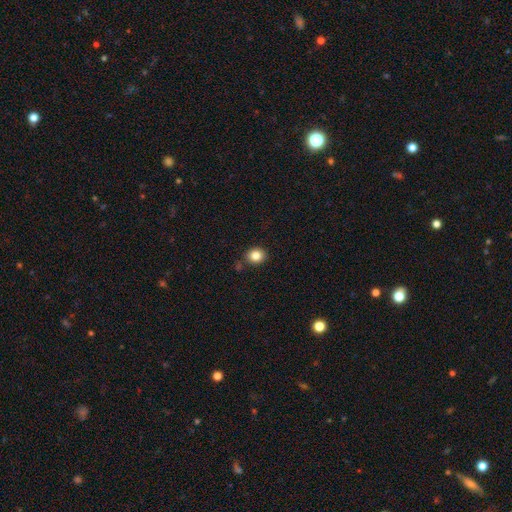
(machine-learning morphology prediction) Smooth or featured? Predicted: smooth (p=0.85). How rounded? Predicted: round (p=0.73). Merging? Predicted: none (p=0.82).